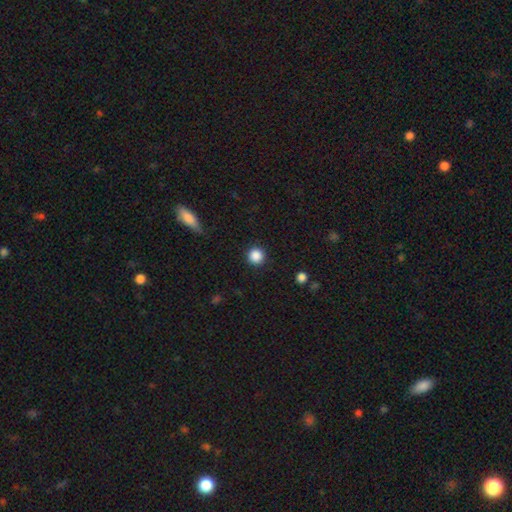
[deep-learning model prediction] smooth_or_featured: smooth (p=0.87) [alt: star or artifact p=0.10]
how_rounded: round (p=0.95) [alt: in between p=0.04]
merging: none (p=0.91) [alt: minor disturbance p=0.05]